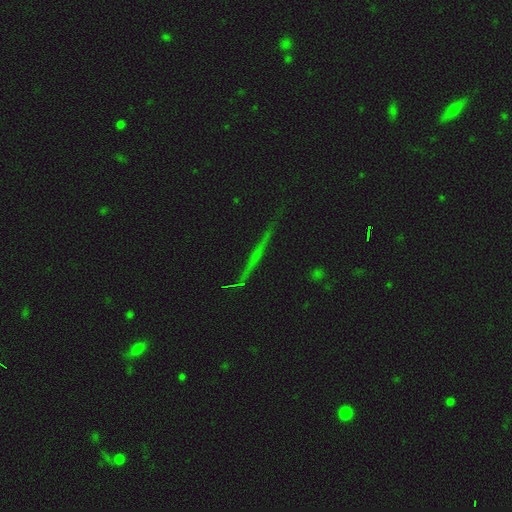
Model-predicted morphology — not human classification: Overall: featured or disk (55%; smooth 27%). Edge-on disk: yes (95%). Edge-on bulge: none (83%). Merging: none (86%).